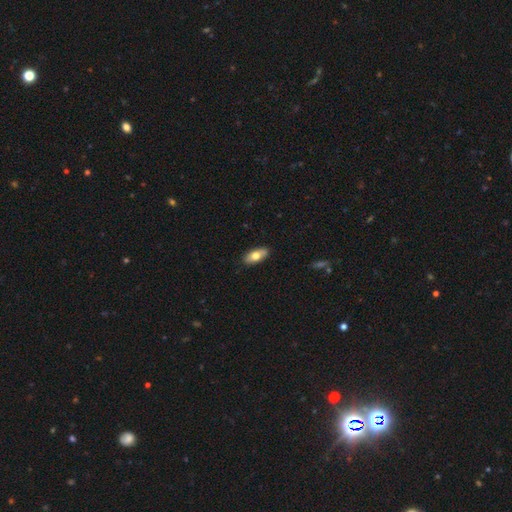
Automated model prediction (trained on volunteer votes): A smooth galaxy with no disk features (71%) that is in between round and cigar-shaped (85%). Merging: none (87%).